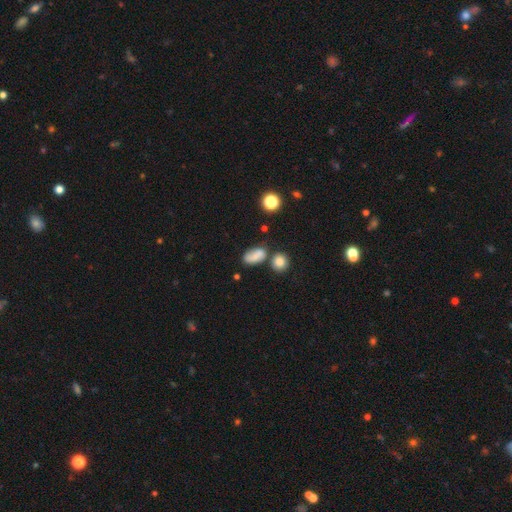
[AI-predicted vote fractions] Q: Smooth or featured?
A: smooth (74%); runner-up: featured or disk (14%)
Q: How rounded?
A: in between (84%); runner-up: round (12%)
Q: Merging?
A: none (51%); runner-up: minor disturbance (21%)